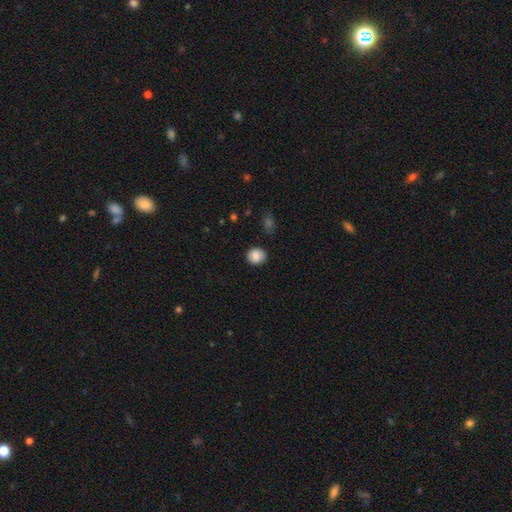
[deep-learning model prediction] This is clearly a smooth galaxy (85%). How rounded: likely round (80%). Merging: clearly none (85%).